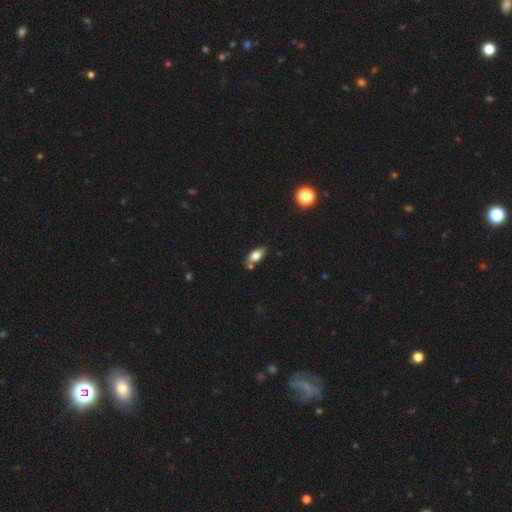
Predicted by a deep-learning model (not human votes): Smooth or featured? smooth (74%)
How rounded? in between (84%)
Merging? none (68%)